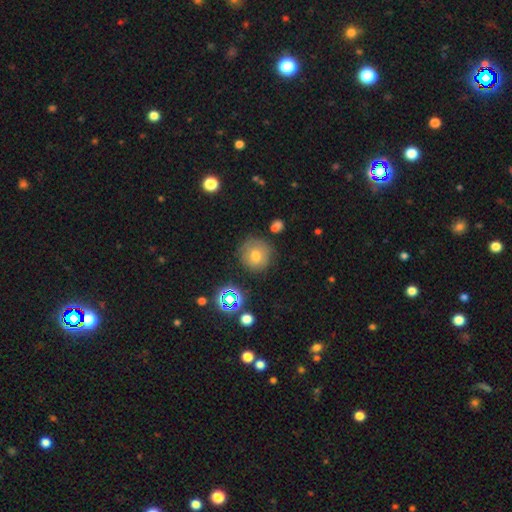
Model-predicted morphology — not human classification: This appears to be a smooth galaxy with no disk features (66%) that is round (92%). Merging: none (80%).